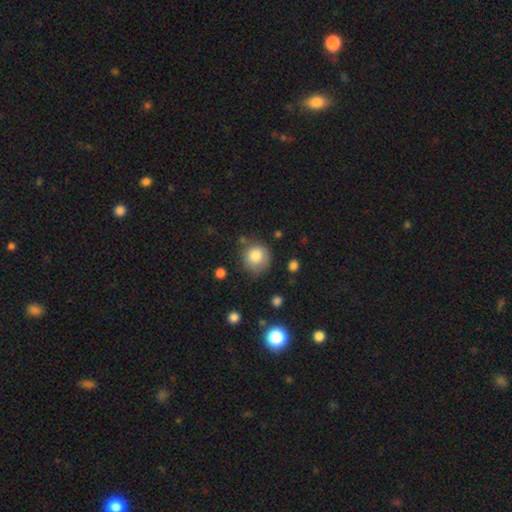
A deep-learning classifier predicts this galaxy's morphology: smooth 82%, star or artifact 9%, featured or disk 9%. Down the decision tree: how rounded — round (87%); merging — none (70%).